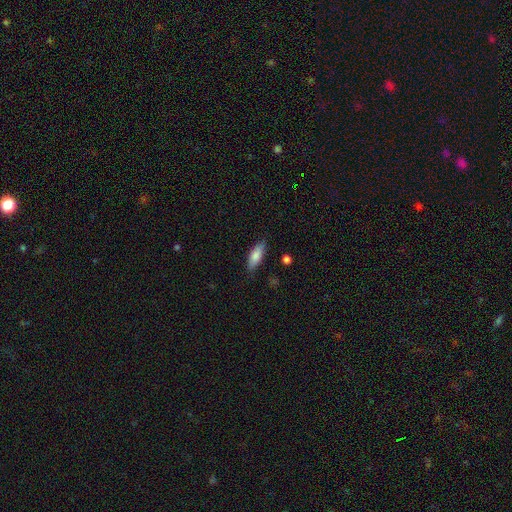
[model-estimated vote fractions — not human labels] A smooth galaxy with no disk features (78%) that is in between round and cigar-shaped (66%).

Vote fractions:
- Smooth or featured? smooth: 78% / featured or disk: 15% / star or artifact: 6%
- How rounded? in between: 66% / cigar-shaped: 32% / round: 2%
- Merging? none: 80% / minor disturbance: 15% / major disturbance: 3% / merger: 2%